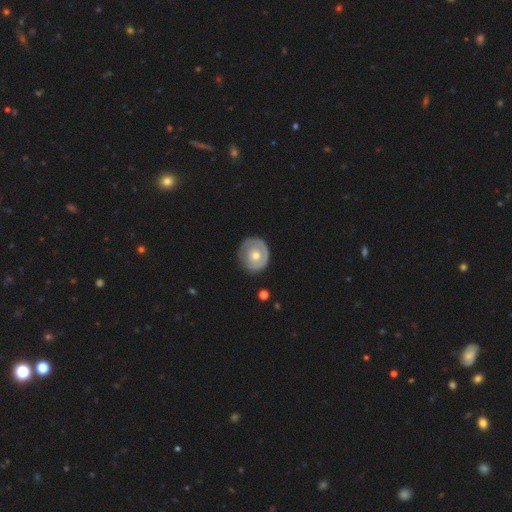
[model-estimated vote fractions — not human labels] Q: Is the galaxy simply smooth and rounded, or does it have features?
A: featured or disk — 52%.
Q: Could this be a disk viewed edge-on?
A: no — 95%.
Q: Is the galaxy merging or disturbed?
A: none — 75%.